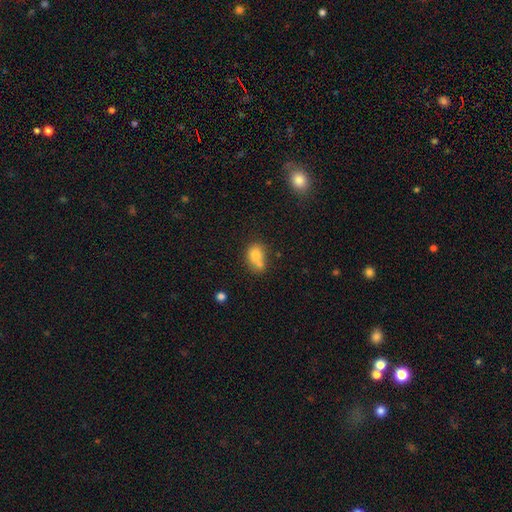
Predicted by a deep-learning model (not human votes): Smooth or featured: smooth — 76% (featured or disk — 14%)
How rounded: in between — 54% (round — 44%)
Merging: merger — 46% (none — 34%)